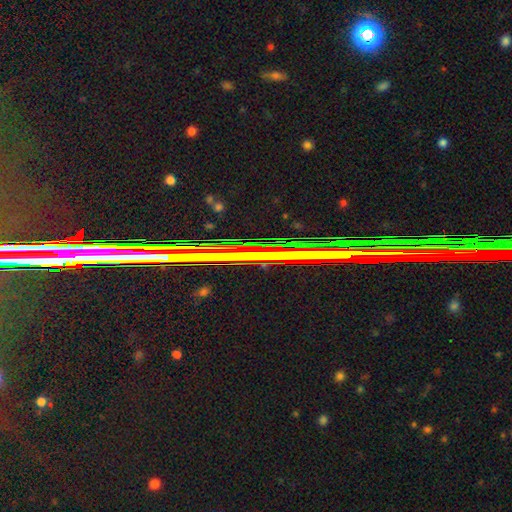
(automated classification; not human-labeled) A star or artifact, not a galaxy (72%).

Vote fractions:
- Smooth or featured? star or artifact: 72% / featured or disk: 19% / smooth: 9%